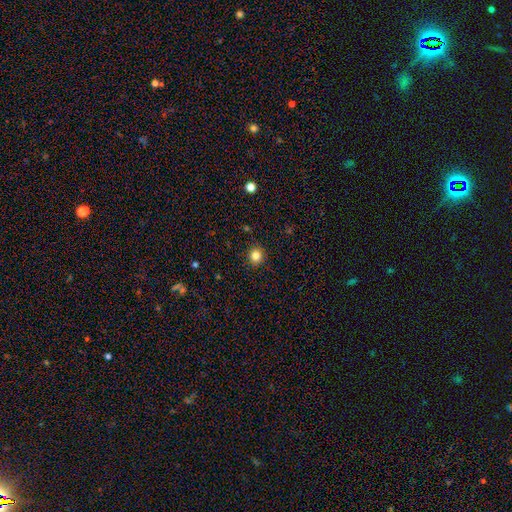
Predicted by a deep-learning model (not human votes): smooth 83%, star or artifact 12%, featured or disk 5%. Down the decision tree: how rounded — round (90%); merging — none (91%).